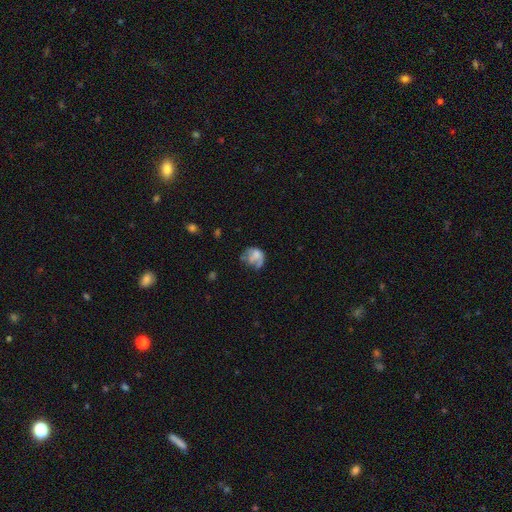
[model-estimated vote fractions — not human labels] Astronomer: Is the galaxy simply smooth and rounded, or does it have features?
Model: smooth — 50% (runner-up: featured or disk, 39%).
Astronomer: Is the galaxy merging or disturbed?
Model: major disturbance — 33% (runner-up: none, 31%).